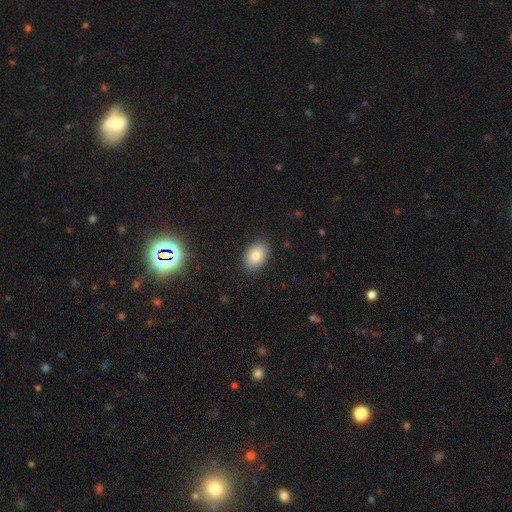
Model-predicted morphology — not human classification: smooth_or_featured: smooth (p=0.81) [alt: featured or disk p=0.10]
how_rounded: in between (p=0.84) [alt: round p=0.15]
merging: none (p=0.87) [alt: minor disturbance p=0.10]